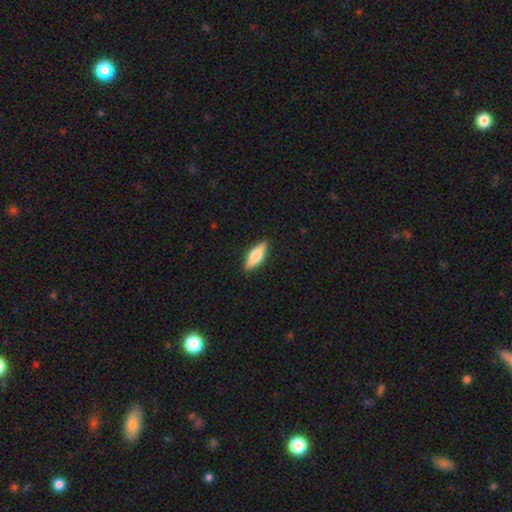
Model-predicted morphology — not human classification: Smooth or featured? Predicted: smooth (p=0.61). How rounded? Predicted: in between (p=0.54). Merging? Predicted: none (p=0.89).